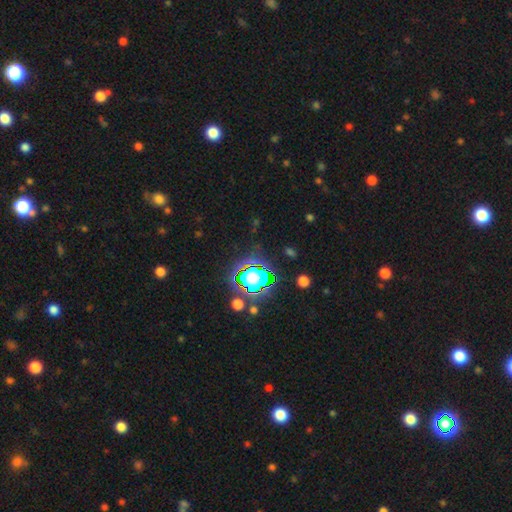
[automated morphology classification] smooth_or_featured: star or artifact (p=0.82) [alt: smooth p=0.11]